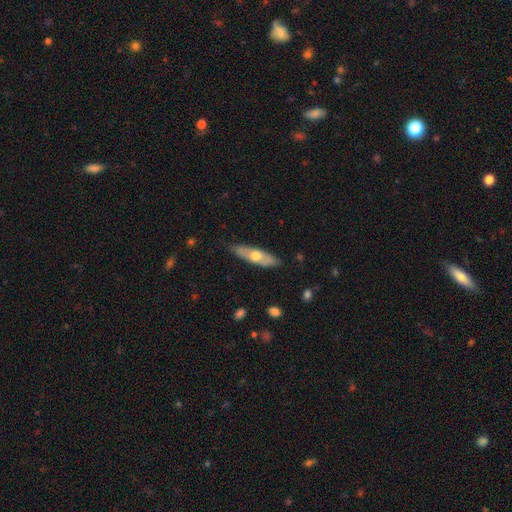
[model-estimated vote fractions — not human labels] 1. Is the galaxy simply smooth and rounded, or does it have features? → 48% smooth, 46% featured or disk, 5% star or artifact.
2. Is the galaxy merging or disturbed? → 83% none, 14% minor disturbance, 2% major disturbance, 1% merger.